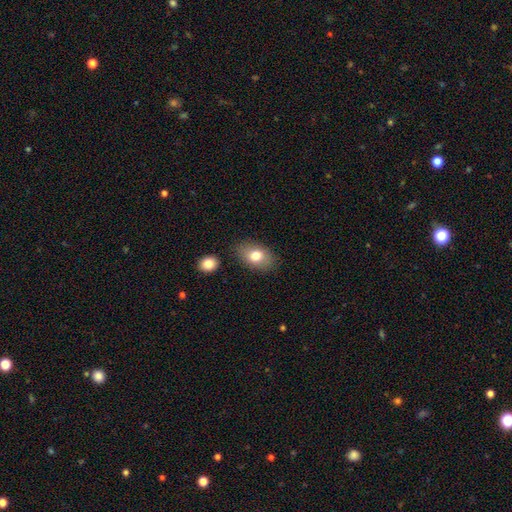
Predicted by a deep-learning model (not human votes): Morphology: type=smooth (78%); roundness=in between (85%); merging=none (81%).